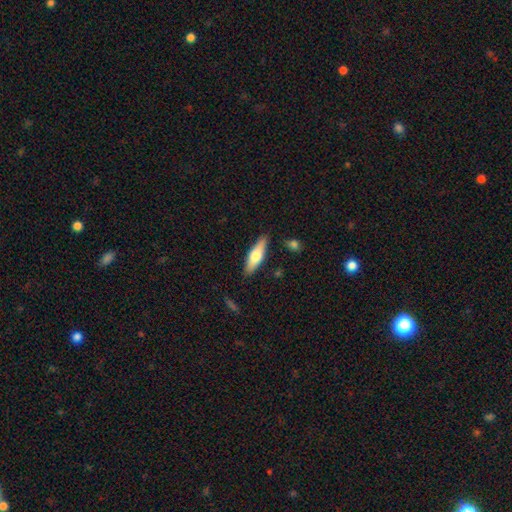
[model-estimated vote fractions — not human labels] Smooth or featured: smooth — 57% (featured or disk — 38%)
How rounded: cigar-shaped — 52% (in between — 45%)
Merging: none — 87% (minor disturbance — 10%)